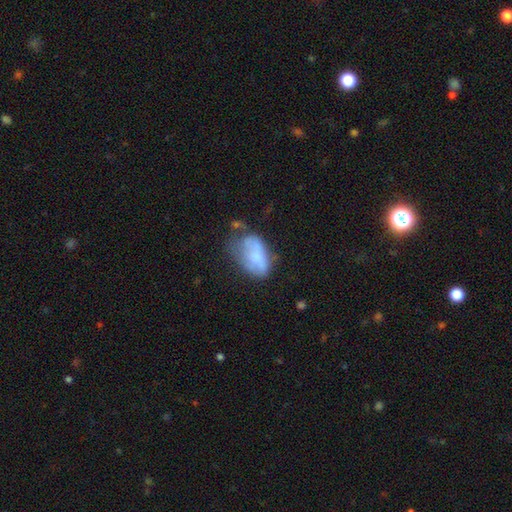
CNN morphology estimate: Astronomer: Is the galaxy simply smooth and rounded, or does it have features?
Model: smooth — 62%.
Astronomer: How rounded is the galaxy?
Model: in between — 91%.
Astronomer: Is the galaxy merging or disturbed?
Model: minor disturbance — 34% (runner-up: none, 33%).